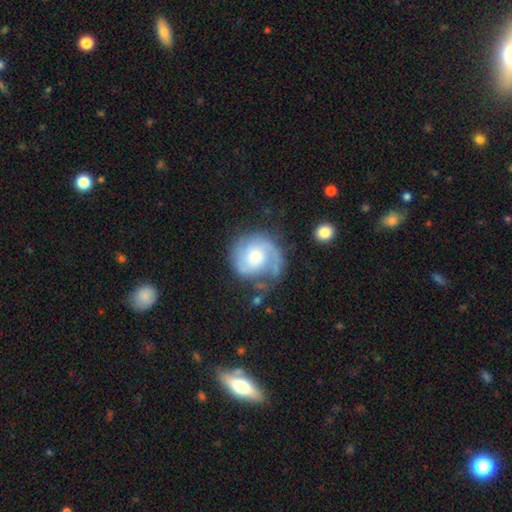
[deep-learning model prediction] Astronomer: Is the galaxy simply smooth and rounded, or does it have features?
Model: featured or disk — 77%.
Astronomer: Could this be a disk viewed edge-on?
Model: no — 98%.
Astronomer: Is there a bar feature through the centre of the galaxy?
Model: no — 68%.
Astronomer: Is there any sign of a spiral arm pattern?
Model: yes — 94%.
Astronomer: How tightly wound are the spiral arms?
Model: tight — 45% (runner-up: medium, 40%).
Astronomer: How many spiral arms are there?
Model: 2 — 56%.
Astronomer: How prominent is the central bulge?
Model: moderate — 55% (runner-up: small, 35%).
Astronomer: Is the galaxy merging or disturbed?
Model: none — 62%.